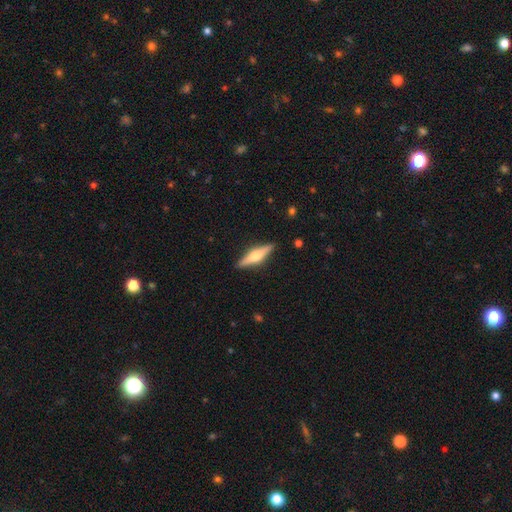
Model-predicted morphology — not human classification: A featured or disk galaxy (63%) viewed edge-on (96%) with a rounded central bulge (93%).

Vote fractions:
- Smooth or featured? featured or disk: 63% / smooth: 31% / star or artifact: 6%
- Edge-on disk? yes: 96% / no: 4%
- Edge-on bulge? rounded: 93% / boxy: 4% / none: 2%
- Merging? none: 90% / minor disturbance: 8% / major disturbance: 2% / merger: 1%